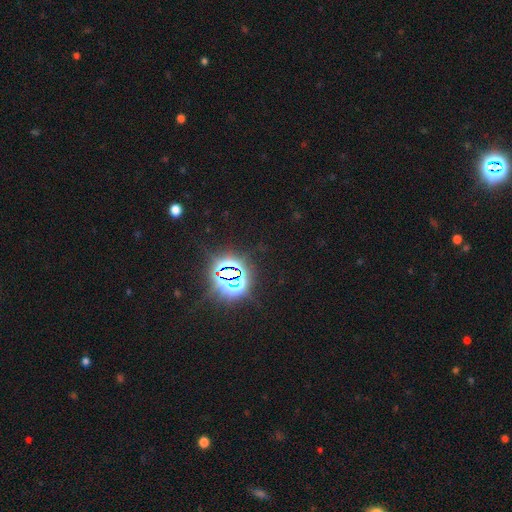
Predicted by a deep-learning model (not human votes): This appears to be a star or artifact, not a galaxy (84%).